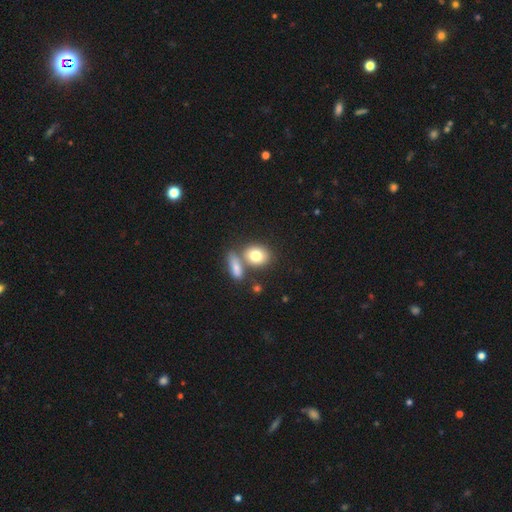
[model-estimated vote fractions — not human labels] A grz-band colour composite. It shows a smooth galaxy with no disk features (79%) that is in between round and cigar-shaped (53%). Merging: none (52%).